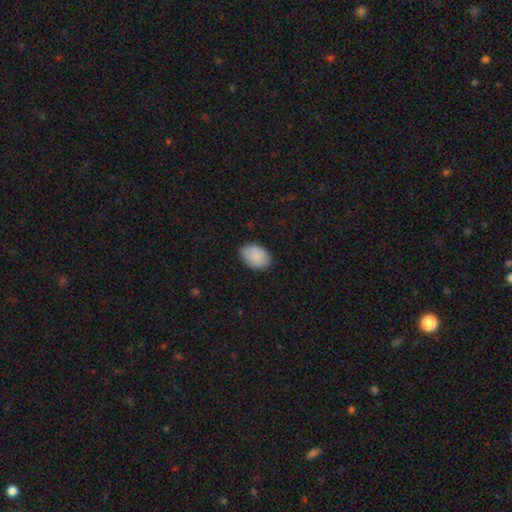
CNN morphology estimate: A smooth galaxy with no disk features (89%) that is in between round and cigar-shaped (80%). Merging: none (83%).